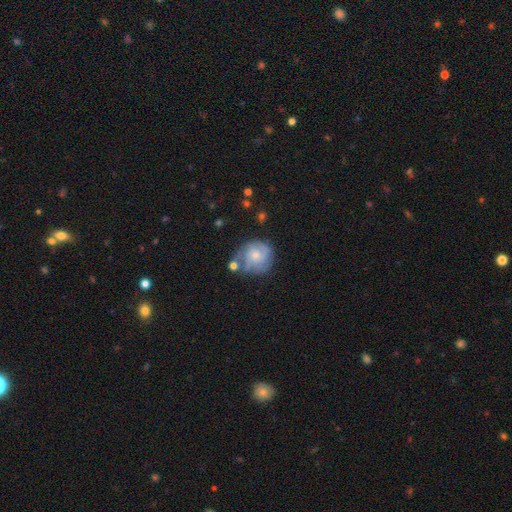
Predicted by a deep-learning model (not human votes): Smooth or featured? Predicted: featured or disk (p=0.55). Edge-on disk? Predicted: no (p=0.98). Bar? Predicted: no (p=0.78). Spiral arms? Predicted: yes (p=0.78). Bulge size? Predicted: moderate (p=0.45). Merging? Predicted: none (p=0.51).